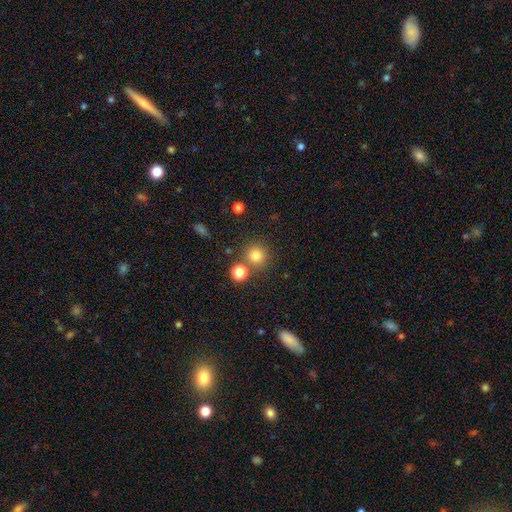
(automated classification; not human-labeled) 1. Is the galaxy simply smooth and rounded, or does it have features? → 79% smooth, 14% star or artifact, 6% featured or disk.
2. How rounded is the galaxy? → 92% round, 8% in between, 1% cigar-shaped.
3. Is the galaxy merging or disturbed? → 75% none, 14% merger, 8% minor disturbance, 3% major disturbance.